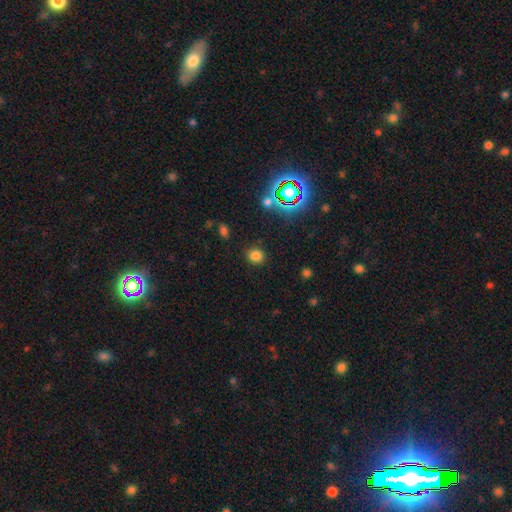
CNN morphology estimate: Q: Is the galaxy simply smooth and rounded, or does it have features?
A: smooth — 75%.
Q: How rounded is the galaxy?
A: round — 69%.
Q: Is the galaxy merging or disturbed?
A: none — 86%.